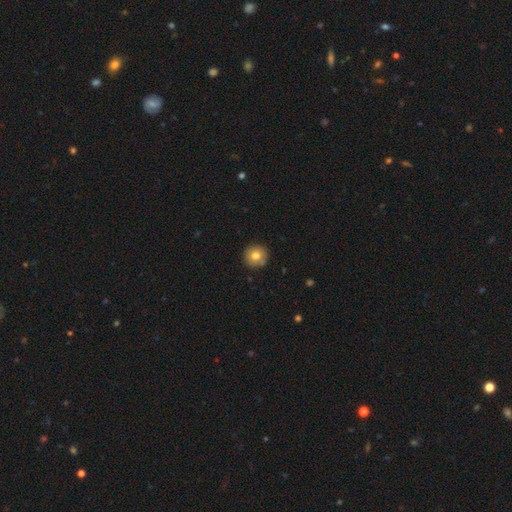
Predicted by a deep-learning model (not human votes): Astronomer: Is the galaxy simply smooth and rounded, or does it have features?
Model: smooth — 79%.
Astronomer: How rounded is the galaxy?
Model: round — 95%.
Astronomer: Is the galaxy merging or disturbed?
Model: none — 90%.